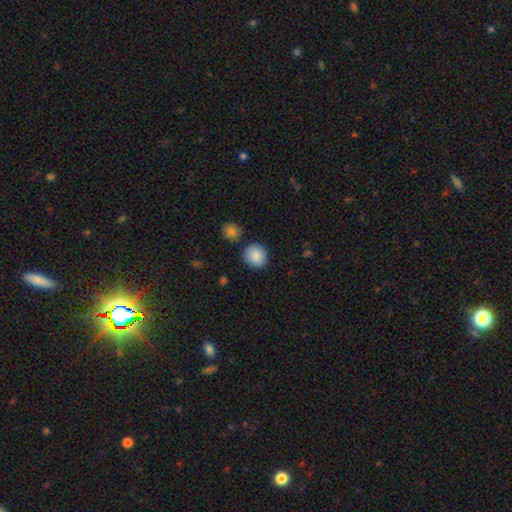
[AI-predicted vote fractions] A smooth galaxy with no disk features (88%) that is round (87%).

Vote fractions:
- Smooth or featured? smooth: 88% / star or artifact: 7% / featured or disk: 4%
- How rounded? round: 87% / in between: 12% / cigar-shaped: 1%
- Merging? none: 86% / minor disturbance: 8% / merger: 4% / major disturbance: 2%